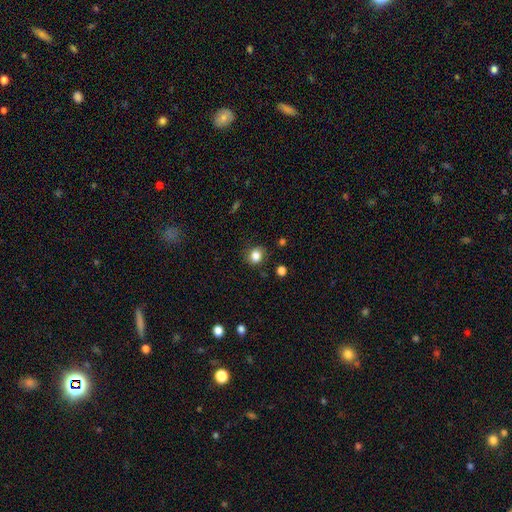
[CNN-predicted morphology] Smooth or featured? smooth (83%)
How rounded? round (69%)
Merging? none (80%)